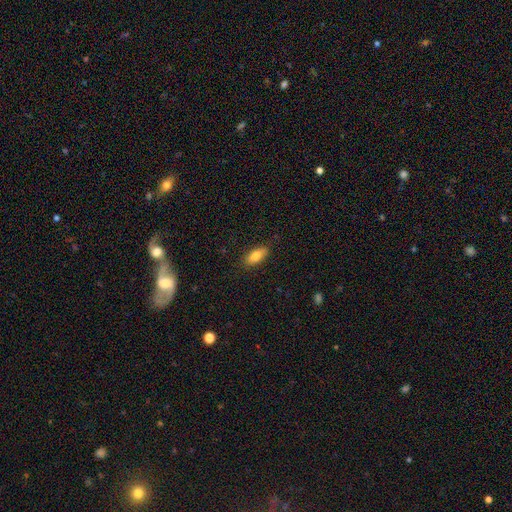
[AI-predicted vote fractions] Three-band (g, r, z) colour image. It shows a smooth galaxy with no disk features (81%) that is in between round and cigar-shaped (83%). Merging: none (85%).